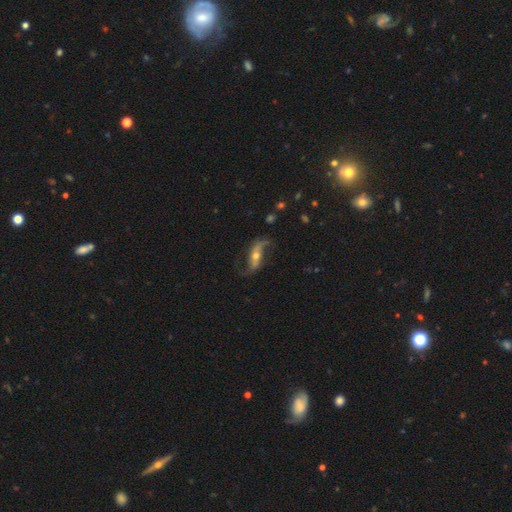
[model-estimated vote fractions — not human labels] Morphology: type=featured or disk (84%); edge-on=no (88%); bar=strong (37%); spiral arms=yes (94%); winding=loose (84%); arm count=2 (92%); bulge=moderate (59%); merging=none (72%).